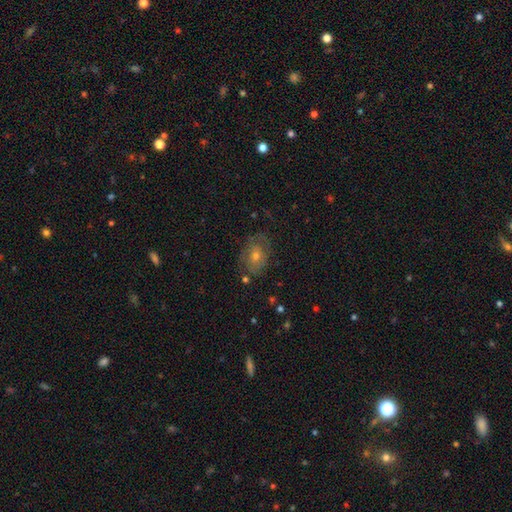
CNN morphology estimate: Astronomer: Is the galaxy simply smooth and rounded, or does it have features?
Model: featured or disk — 46% (runner-up: smooth, 42%).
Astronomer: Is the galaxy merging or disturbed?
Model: none — 65%.